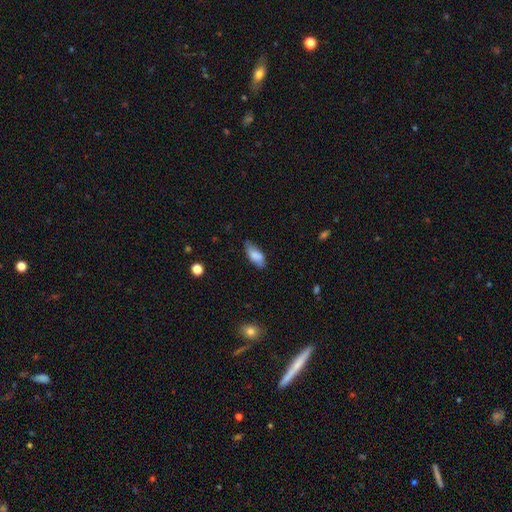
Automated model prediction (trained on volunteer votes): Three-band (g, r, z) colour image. It shows a smooth galaxy with no disk features (81%) that is in between round and cigar-shaped (84%). Merging: none (62%).